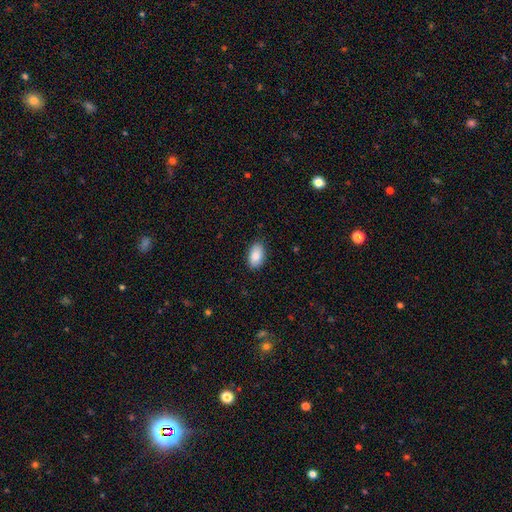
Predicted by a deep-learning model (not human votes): Overall: smooth (86%). How rounded: in between (93%). Merging: none (86%).